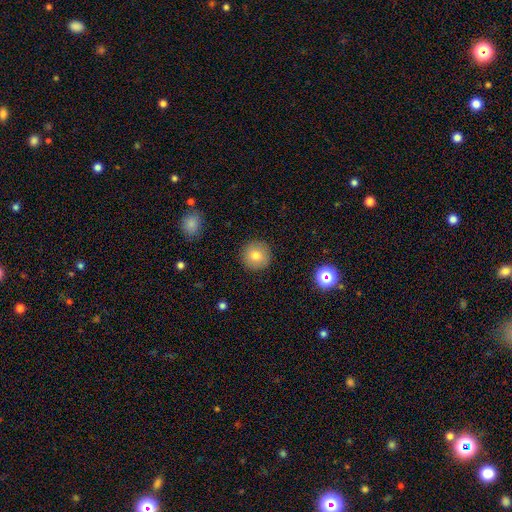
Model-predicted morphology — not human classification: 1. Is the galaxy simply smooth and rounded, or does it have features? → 79% smooth, 11% featured or disk, 10% star or artifact.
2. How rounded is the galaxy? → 95% round, 4% in between, 1% cigar-shaped.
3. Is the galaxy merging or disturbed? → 91% none, 6% minor disturbance, 2% major disturbance, 1% merger.